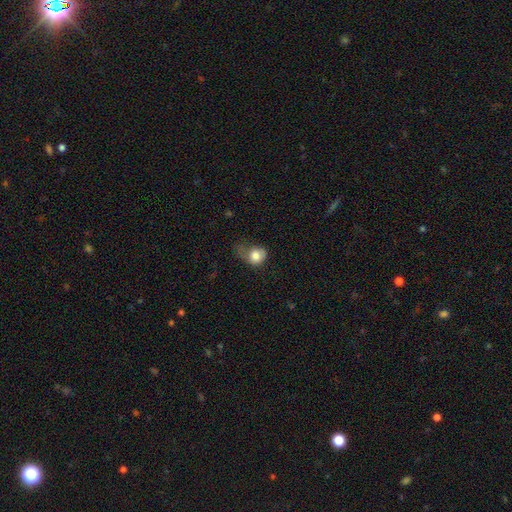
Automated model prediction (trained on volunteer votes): This appears to be a smooth galaxy with no disk features (79%) that is round (61%). Merging: major disturbance (43%).